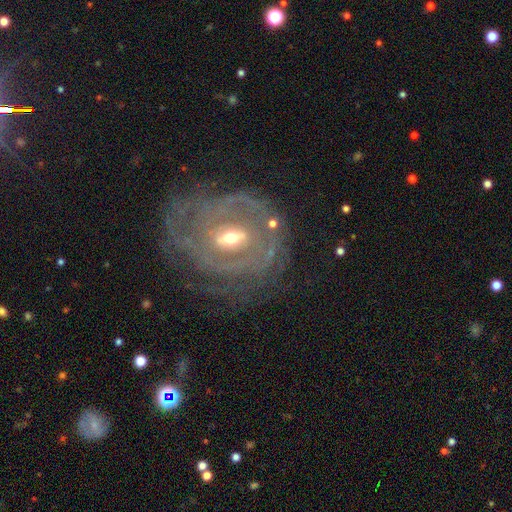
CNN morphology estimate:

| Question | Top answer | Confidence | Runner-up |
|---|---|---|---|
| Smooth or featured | featured or disk | 85% | smooth (8%) |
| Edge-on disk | no | 95% | yes (5%) |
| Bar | weak | 49% | strong (28%) |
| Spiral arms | yes | 86% | no (14%) |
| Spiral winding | tight | 69% | medium (23%) |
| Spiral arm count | can't tell | 45% | 2 (21%) |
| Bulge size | moderate | 57% | small (39%) |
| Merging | none | 65% | minor disturbance (20%) |